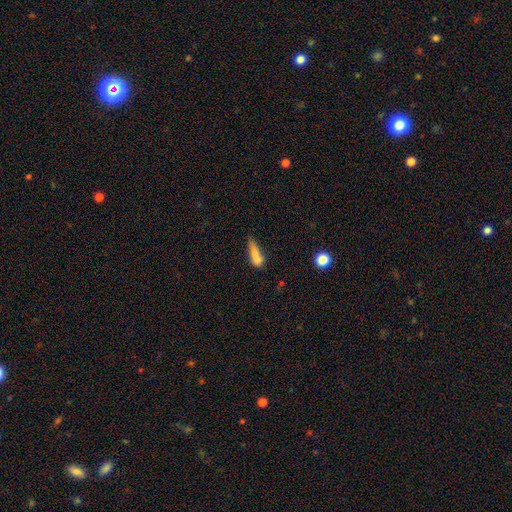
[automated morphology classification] Overall: smooth (74%). How rounded: cigar-shaped (62%; in between 34%). Merging: none (37%; minor disturbance 30%).